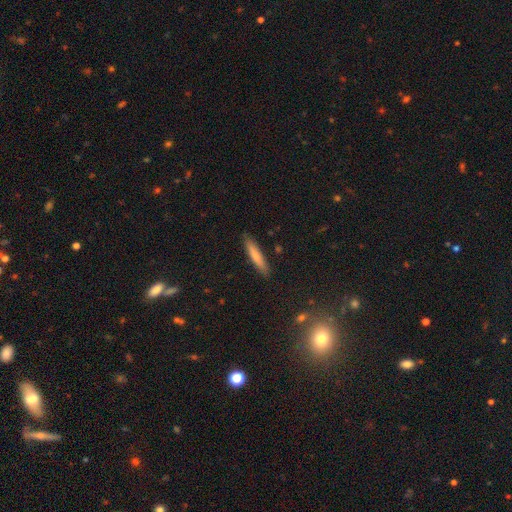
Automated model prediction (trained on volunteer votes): smooth_or_featured: smooth (p=0.72) [alt: featured or disk p=0.21]
how_rounded: cigar-shaped (p=0.90) [alt: in between p=0.09]
merging: none (p=0.88) [alt: minor disturbance p=0.09]